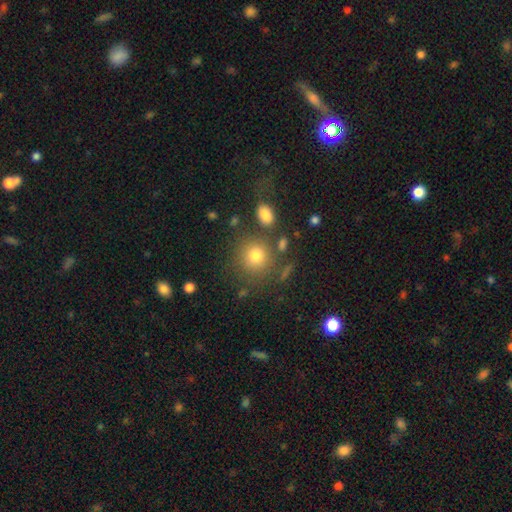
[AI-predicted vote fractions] Smooth or featured? smooth (77%)
How rounded? round (88%)
Merging? none (76%)